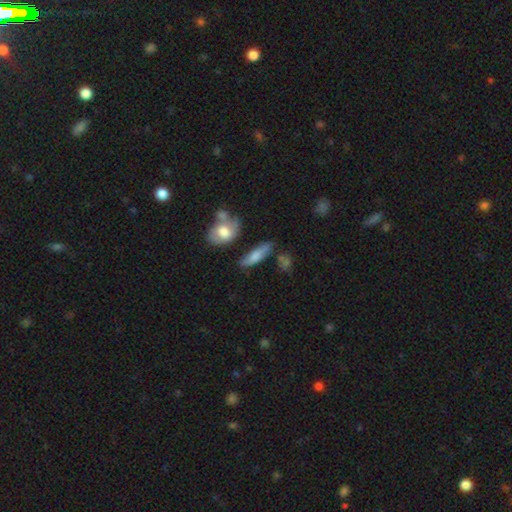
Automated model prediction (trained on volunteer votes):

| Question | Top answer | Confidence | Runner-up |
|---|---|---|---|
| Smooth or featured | smooth | 66% | featured or disk (26%) |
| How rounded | cigar-shaped | 49% | in between (46%) |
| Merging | none | 65% | minor disturbance (19%) |